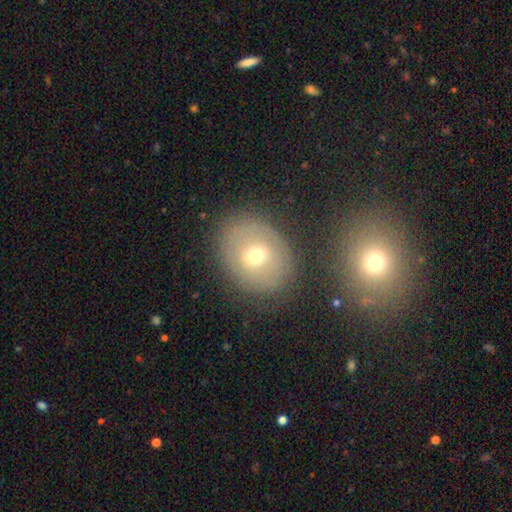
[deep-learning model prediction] This appears to be a smooth galaxy with no disk features (56%) that is round (52%). Merging: none (76%).